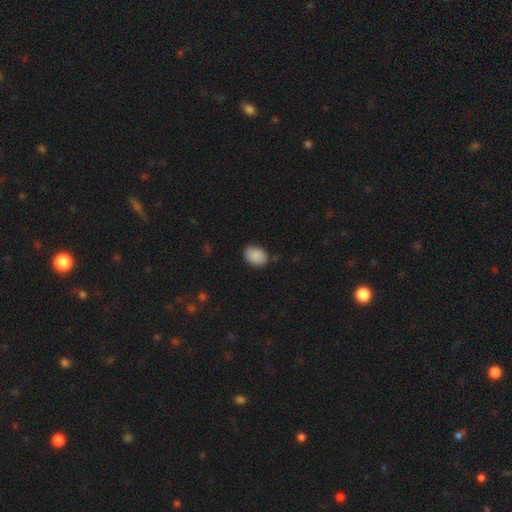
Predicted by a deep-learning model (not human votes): Morphology: type=smooth (89%); roundness=in between (67%); merging=none (78%).